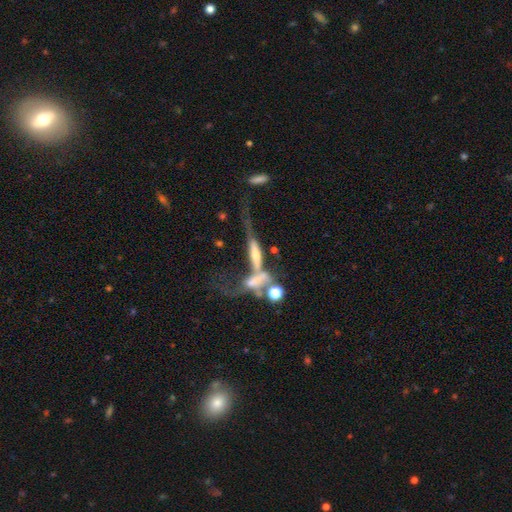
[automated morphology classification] featured or disk 62%, smooth 20%, star or artifact 18%. Down the decision tree: edge-on disk — yes (62%); merging — merger (44%).